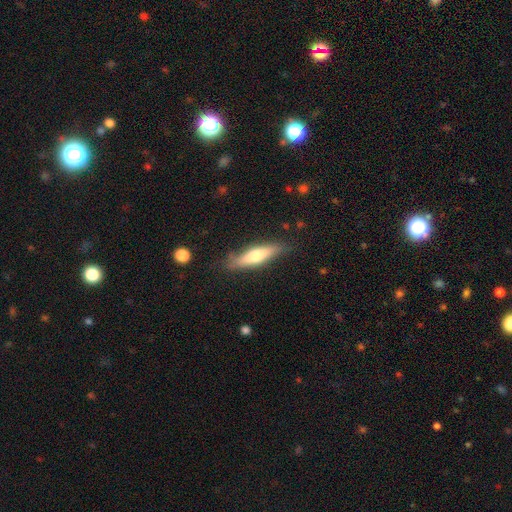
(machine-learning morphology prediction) A smooth galaxy with no disk features (57%) that is cigar-shaped (73%).

Vote fractions:
- Smooth or featured? smooth: 57% / featured or disk: 38% / star or artifact: 6%
- How rounded? cigar-shaped: 73% / in between: 25% / round: 2%
- Merging? none: 78% / minor disturbance: 16% / major disturbance: 4% / merger: 2%